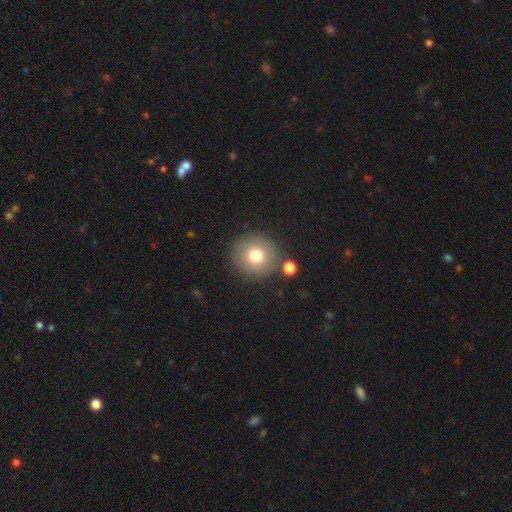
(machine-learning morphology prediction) This is likely a smooth galaxy (75%). How rounded: clearly round (94%). Merging: clearly none (83%).